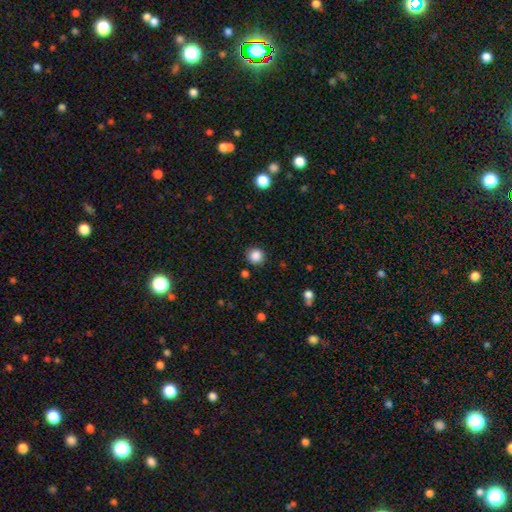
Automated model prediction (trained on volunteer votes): A smooth galaxy with no disk features (86%) that is round (90%). Merging: none (87%).